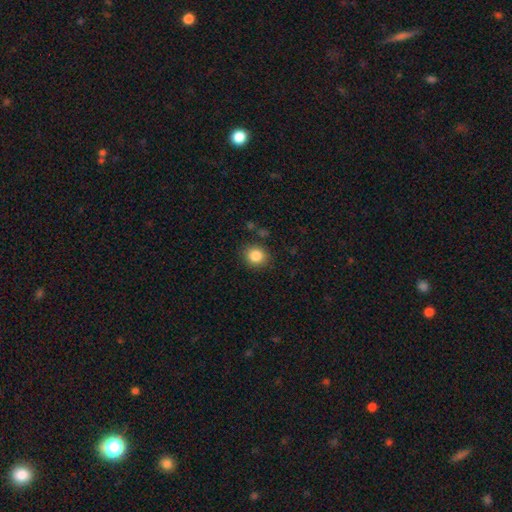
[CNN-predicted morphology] smooth 85%, star or artifact 10%, featured or disk 5%. Down the decision tree: how rounded — round (79%); merging — none (86%).